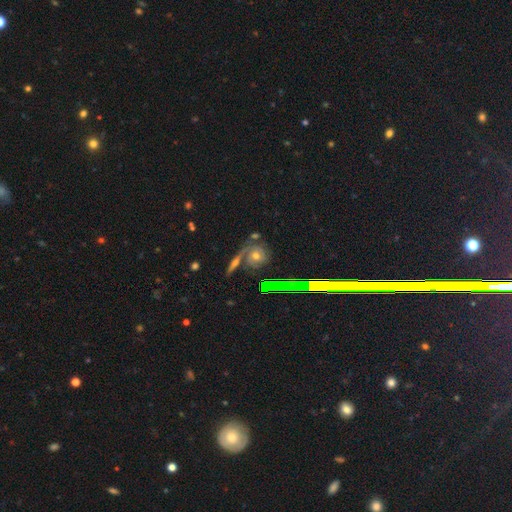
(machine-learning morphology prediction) The model was most divided on "smooth or featured": featured or disk: 55%, smooth: 31%, star or artifact: 14%. More confident: edge-on disk — no (81%); merging — none (59%).